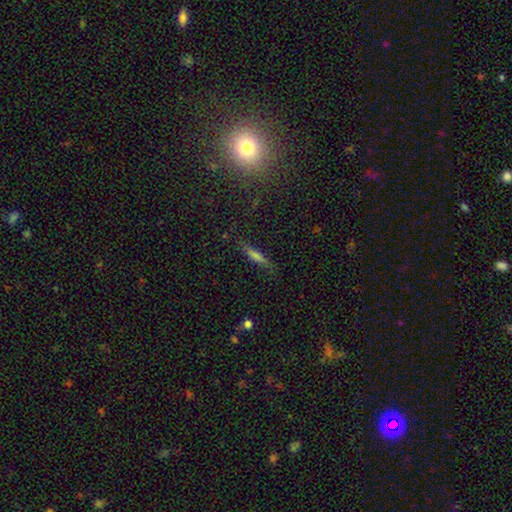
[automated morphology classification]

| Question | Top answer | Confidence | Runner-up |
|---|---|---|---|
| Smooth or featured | smooth | 56% | featured or disk (31%) |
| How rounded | cigar-shaped | 83% | in between (14%) |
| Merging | none | 83% | minor disturbance (12%) |